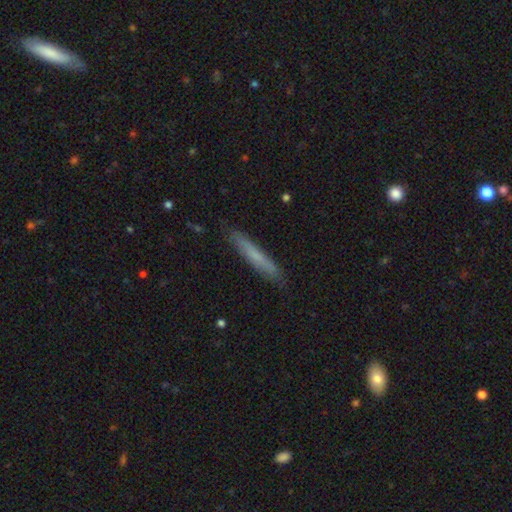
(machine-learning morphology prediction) A smooth galaxy with no disk features (63%) that is cigar-shaped (95%).

Vote fractions:
- Smooth or featured? smooth: 63% / featured or disk: 30% / star or artifact: 7%
- How rounded? cigar-shaped: 95% / in between: 4% / round: 1%
- Merging? none: 87% / minor disturbance: 10% / major disturbance: 2% / merger: 1%